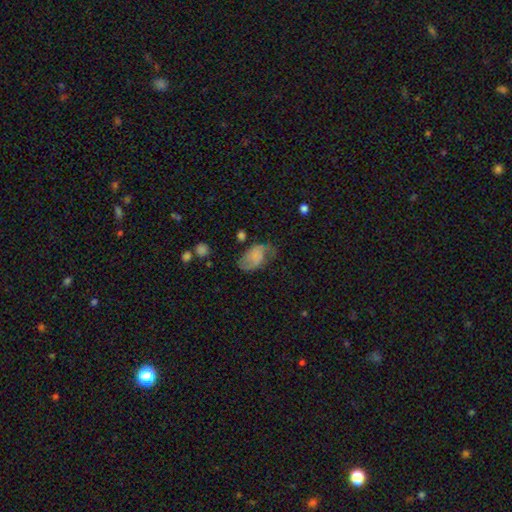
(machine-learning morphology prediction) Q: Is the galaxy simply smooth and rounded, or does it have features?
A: smooth — 61%.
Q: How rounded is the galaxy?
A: in between — 89%.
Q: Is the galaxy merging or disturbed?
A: none — 41%.